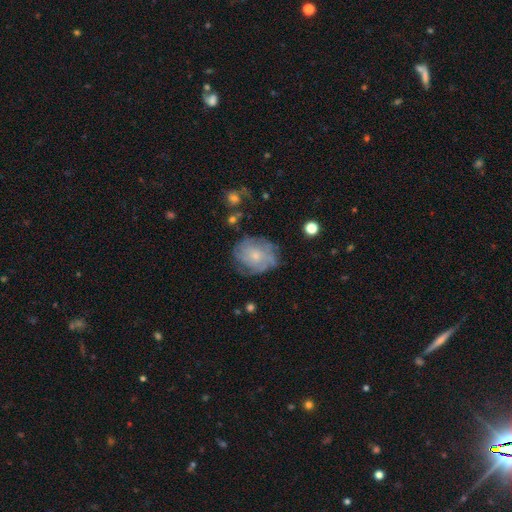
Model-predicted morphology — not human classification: This appears to be a featured or disk galaxy (64%) with no bar (81%), tight (57%) spiral arms (82%) and a small central bulge (66%). Merging: none (68%).